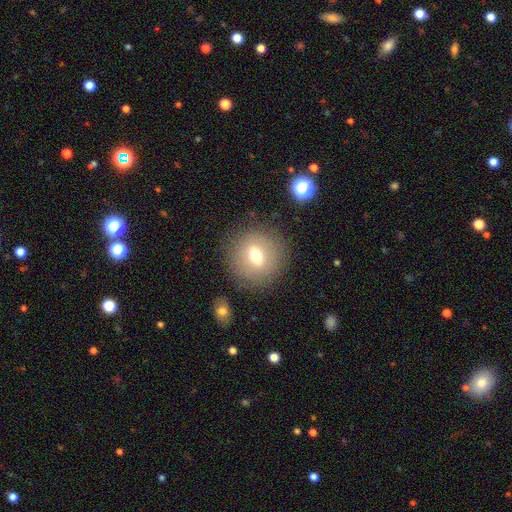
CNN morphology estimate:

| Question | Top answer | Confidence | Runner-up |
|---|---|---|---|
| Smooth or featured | smooth | 59% | featured or disk (30%) |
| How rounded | round | 83% | in between (16%) |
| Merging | none | 83% | minor disturbance (10%) |